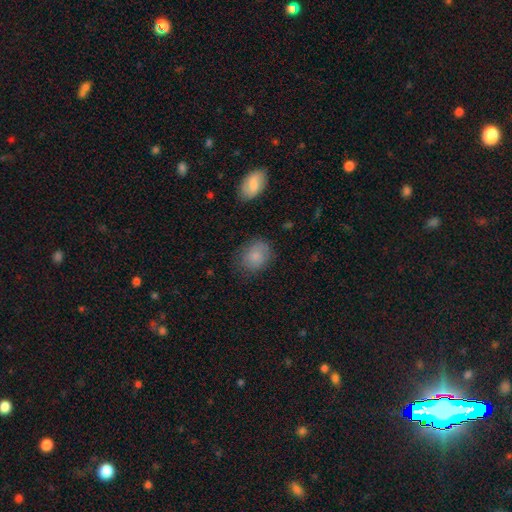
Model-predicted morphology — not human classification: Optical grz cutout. It shows a smooth galaxy with no disk features (80%) that is in between round and cigar-shaped (50%). Merging: none (73%).